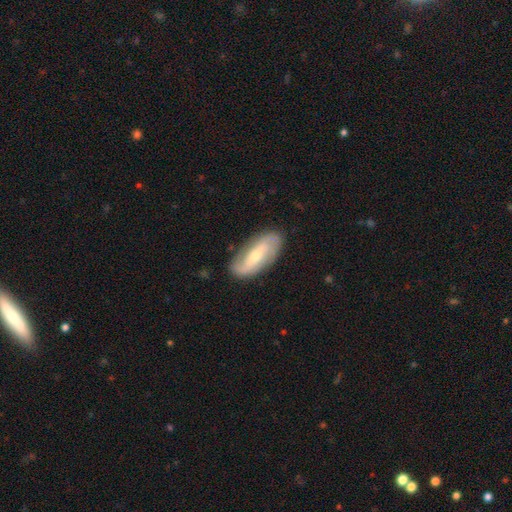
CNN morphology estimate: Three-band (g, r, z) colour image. It shows a featured or disk galaxy (74%) with no bar (39%), 2 (78%) loose (41%) spiral arms (88%) and a small central bulge (59%). Merging: none (80%).